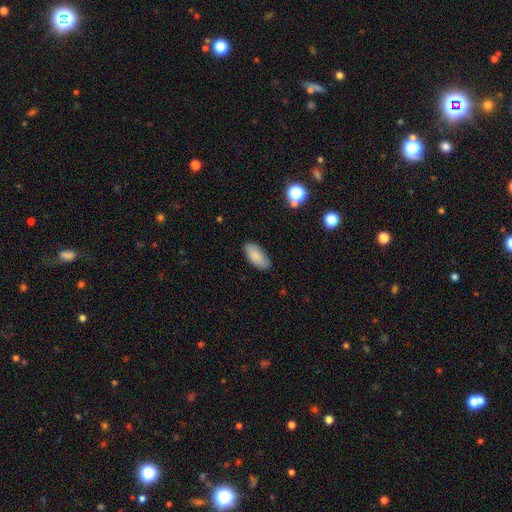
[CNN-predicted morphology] A smooth galaxy with no disk features (87%) that is in between round and cigar-shaped (91%).

Vote fractions:
- Smooth or featured? smooth: 87% / featured or disk: 7% / star or artifact: 7%
- How rounded? in between: 91% / cigar-shaped: 8% / round: 2%
- Merging? none: 86% / minor disturbance: 11% / major disturbance: 2% / merger: 1%